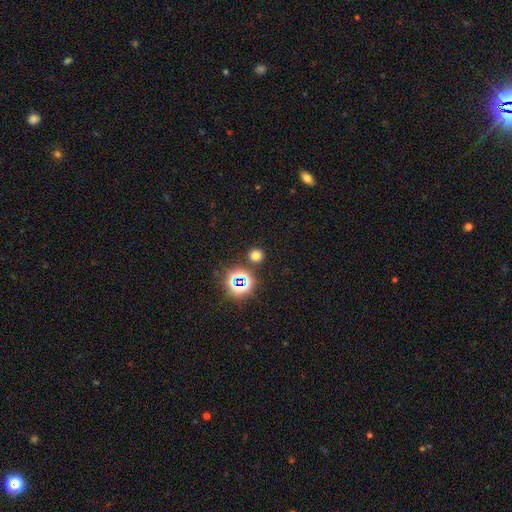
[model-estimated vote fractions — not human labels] smooth_or_featured: smooth (p=0.69) [alt: star or artifact p=0.25]
how_rounded: round (p=0.91) [alt: in between p=0.08]
merging: none (p=0.86) [alt: minor disturbance p=0.06]